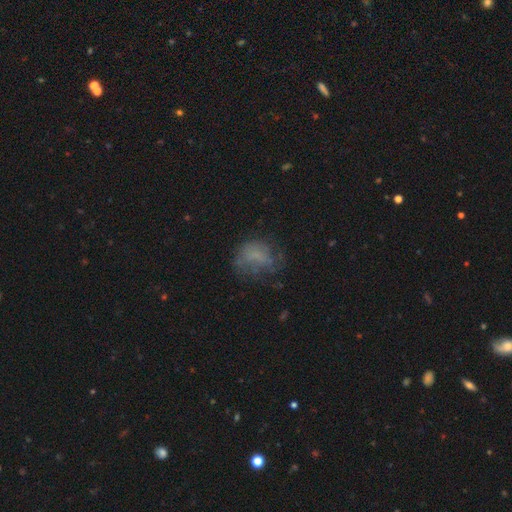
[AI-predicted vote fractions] Smooth or featured? smooth (50%)
How rounded? in between (52%)
Merging? none (45%)